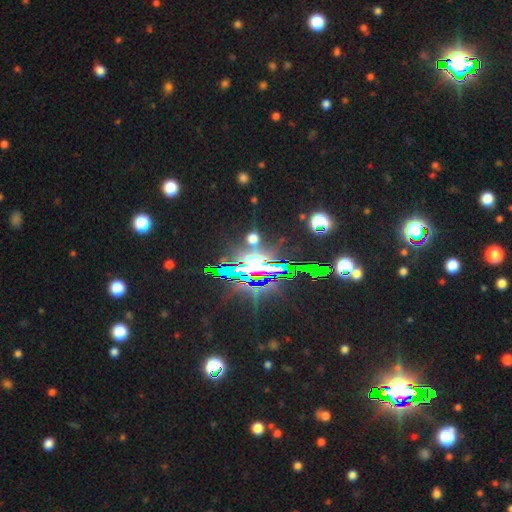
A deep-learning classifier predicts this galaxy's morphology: A star or artifact, not a galaxy (73%).

Vote fractions:
- Smooth or featured? star or artifact: 73% / smooth: 17% / featured or disk: 10%